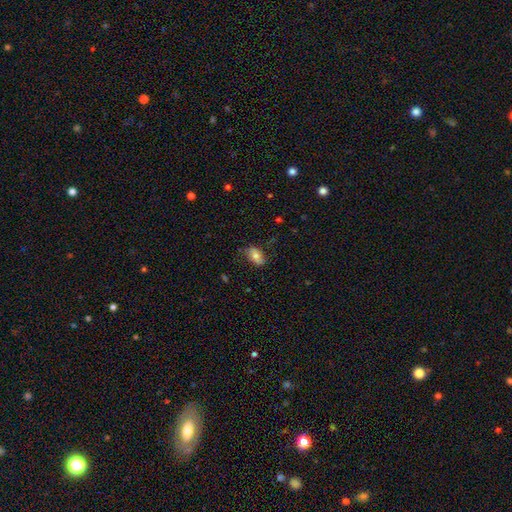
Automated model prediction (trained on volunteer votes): A smooth galaxy with no disk features (71%) that is in between round and cigar-shaped (90%).

Vote fractions:
- Smooth or featured? smooth: 71% / featured or disk: 21% / star or artifact: 8%
- How rounded? in between: 90% / round: 8% / cigar-shaped: 2%
- Merging? none: 74% / minor disturbance: 21% / major disturbance: 4% / merger: 1%